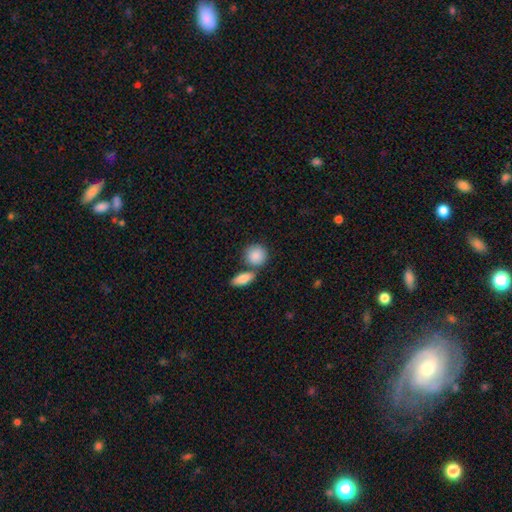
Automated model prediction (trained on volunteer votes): This is clearly a smooth galaxy (88%). How rounded: likely round (75%). Merging: possibly none (59%).